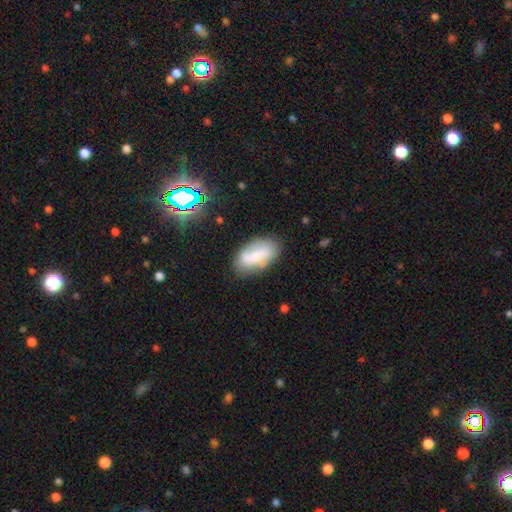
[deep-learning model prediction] This appears to be a smooth galaxy with no disk features (47%). Merging: none (74%).